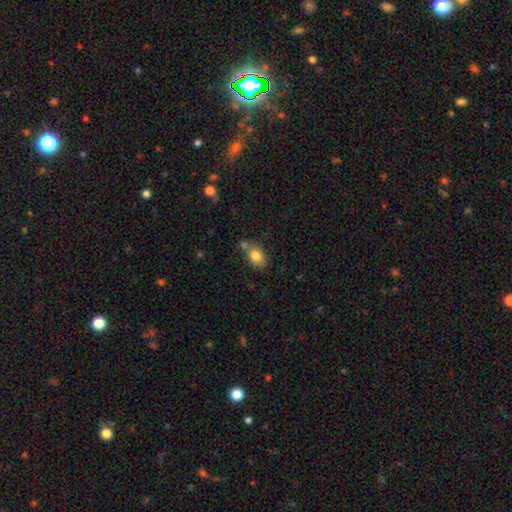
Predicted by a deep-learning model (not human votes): Smooth or featured: smooth — 81% (featured or disk — 10%)
How rounded: in between — 73% (round — 25%)
Merging: none — 57% (merger — 22%)